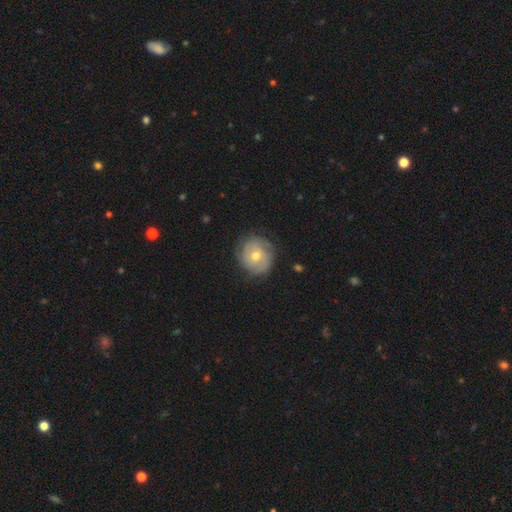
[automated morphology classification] featured or disk 54%, smooth 38%, star or artifact 8%. Down the decision tree: edge-on disk — no (97%); bar — no (76%); spiral arms — yes (77%); bulge size — moderate (63%); merging — none (78%).